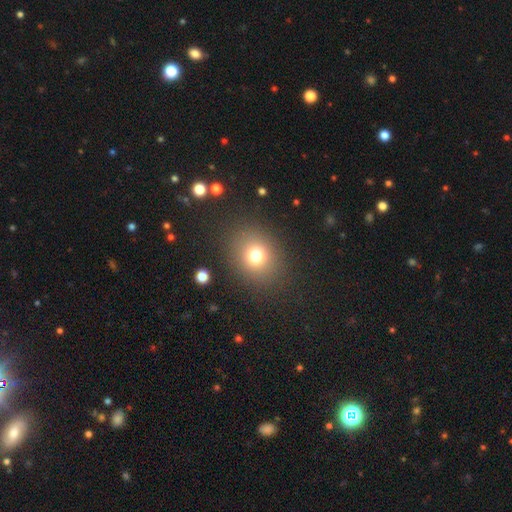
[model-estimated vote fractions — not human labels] Q: Smooth or featured?
A: smooth (75%); runner-up: star or artifact (16%)
Q: How rounded?
A: round (64%); runner-up: in between (36%)
Q: Merging?
A: none (85%); runner-up: minor disturbance (8%)